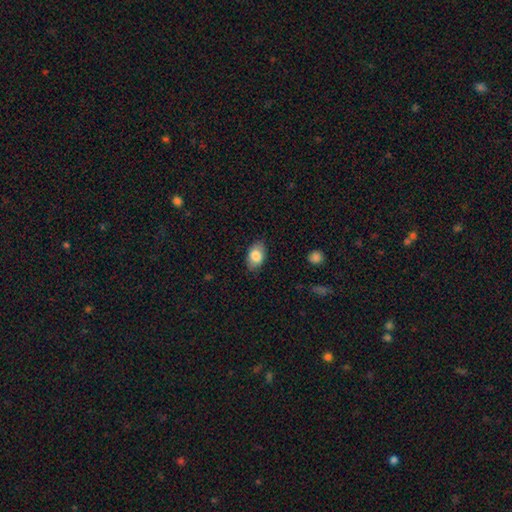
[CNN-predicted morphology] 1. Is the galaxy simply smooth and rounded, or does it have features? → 83% smooth, 10% featured or disk, 7% star or artifact.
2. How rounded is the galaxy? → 89% in between, 9% round, 2% cigar-shaped.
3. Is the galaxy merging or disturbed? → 82% none, 14% minor disturbance, 3% major disturbance, 1% merger.